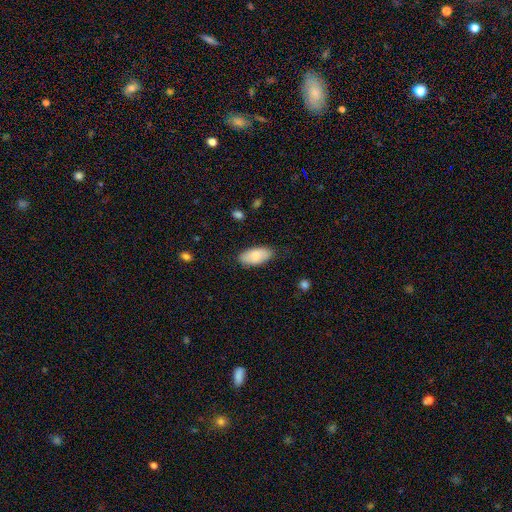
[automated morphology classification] Overall: smooth (83%). How rounded: in between (93%). Merging: none (82%).